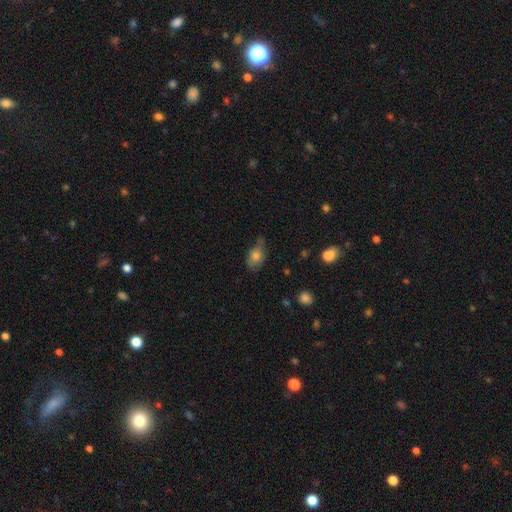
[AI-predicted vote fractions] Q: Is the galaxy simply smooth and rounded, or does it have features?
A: smooth — 70%.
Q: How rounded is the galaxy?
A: in between — 82%.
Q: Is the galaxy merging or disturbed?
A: none — 45%.